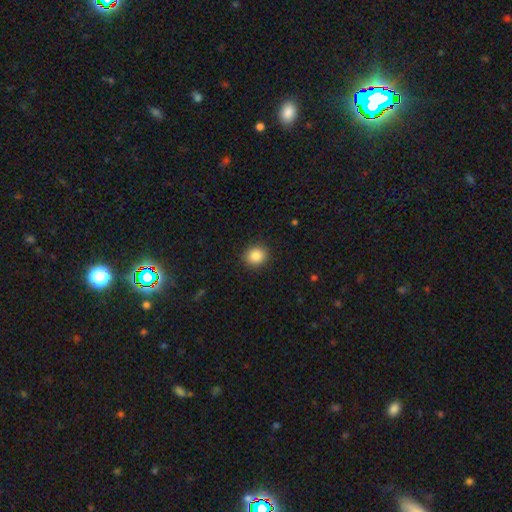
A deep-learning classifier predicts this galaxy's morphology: Smooth or featured: smooth — 87% (star or artifact — 9%)
How rounded: round — 80% (in between — 19%)
Merging: none — 90% (minor disturbance — 7%)